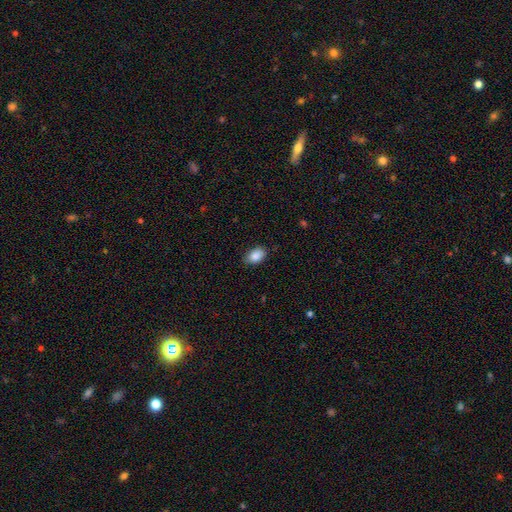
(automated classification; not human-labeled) smooth 88%, star or artifact 7%, featured or disk 5%. Down the decision tree: how rounded — in between (88%); merging — none (83%).